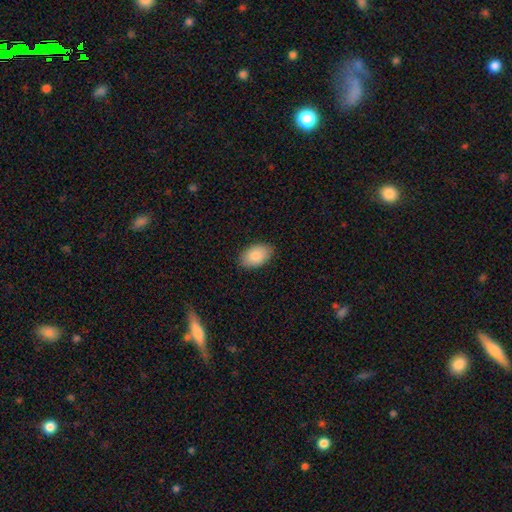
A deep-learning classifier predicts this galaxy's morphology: Smooth or featured? Predicted: smooth (p=0.86). How rounded? Predicted: in between (p=0.92). Merging? Predicted: none (p=0.87).